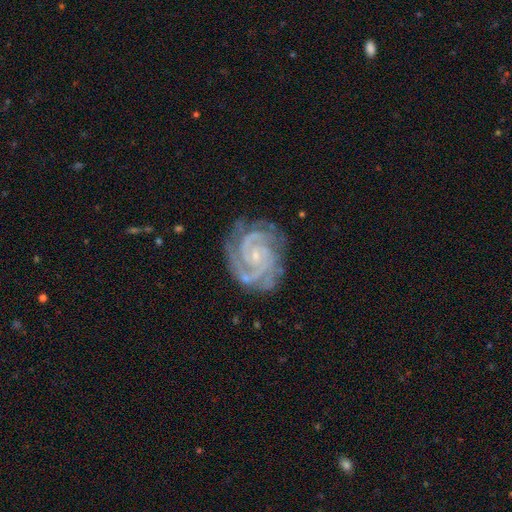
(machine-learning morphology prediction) The model was most divided on "spiral arm count": 2: 41%, 3: 29%, 4: 10%, can't tell: 9%, more than 4: 6%, 1: 6%. More confident: spiral arms — yes (99%); edge-on disk — no (98%); smooth or featured — featured or disk (92%); bulge size — small (83%); merging — none (77%); spiral winding — tight (73%); bar — no (67%).